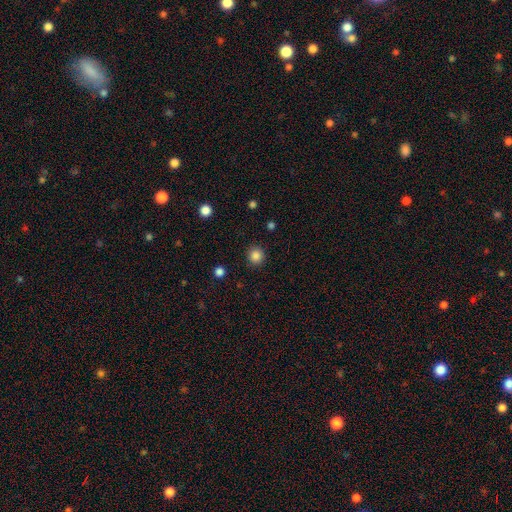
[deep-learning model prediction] smooth 86%, star or artifact 11%, featured or disk 3%. Down the decision tree: how rounded — round (93%); merging — none (91%).